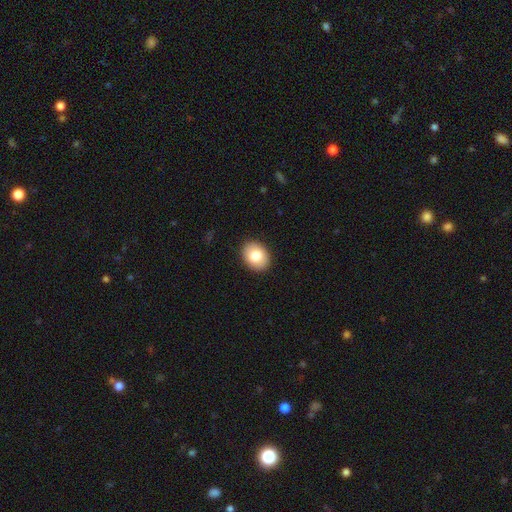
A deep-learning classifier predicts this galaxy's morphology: Overall: smooth (81%). How rounded: in between (61%; round 38%). Merging: none (91%).